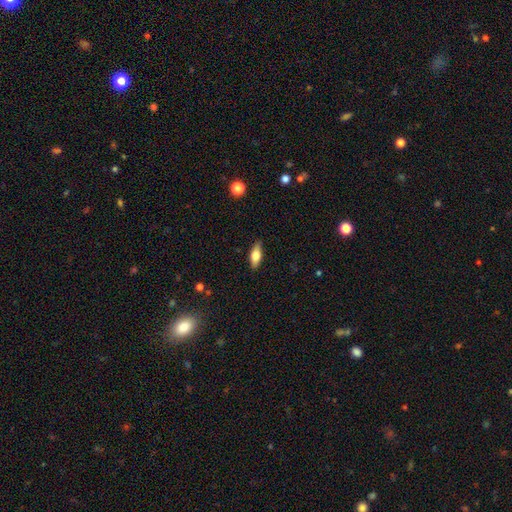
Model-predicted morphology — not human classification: A smooth galaxy with no disk features (65%) that is in between round and cigar-shaped (71%).

Vote fractions:
- Smooth or featured? smooth: 65% / featured or disk: 28% / star or artifact: 7%
- How rounded? in between: 71% / cigar-shaped: 26% / round: 3%
- Merging? none: 87% / minor disturbance: 10% / major disturbance: 2% / merger: 1%